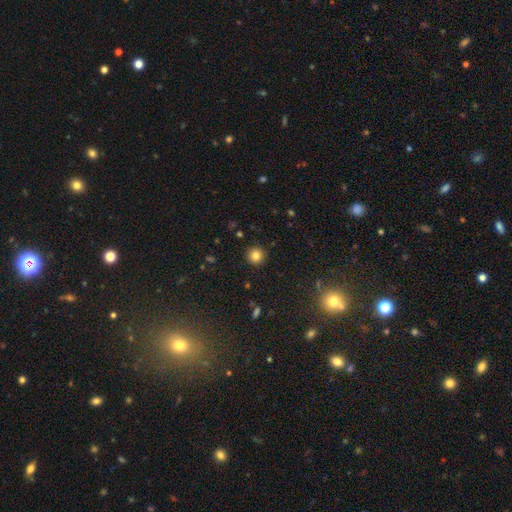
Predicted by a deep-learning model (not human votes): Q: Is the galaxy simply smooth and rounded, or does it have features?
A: smooth — 83%.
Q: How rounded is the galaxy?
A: round — 94%.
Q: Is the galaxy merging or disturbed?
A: none — 91%.